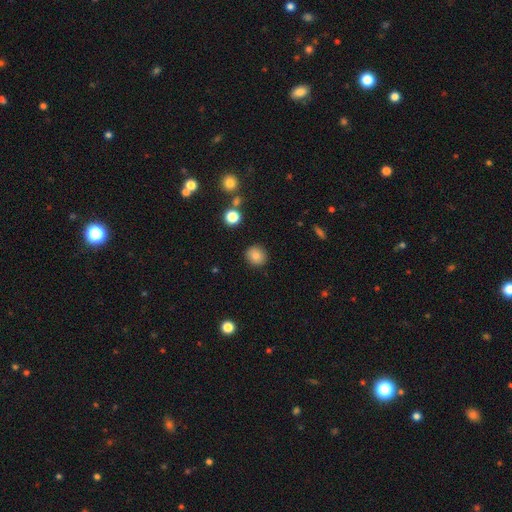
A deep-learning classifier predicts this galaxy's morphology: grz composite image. It shows a smooth galaxy with no disk features (81%) that is round (89%). Merging: none (90%).